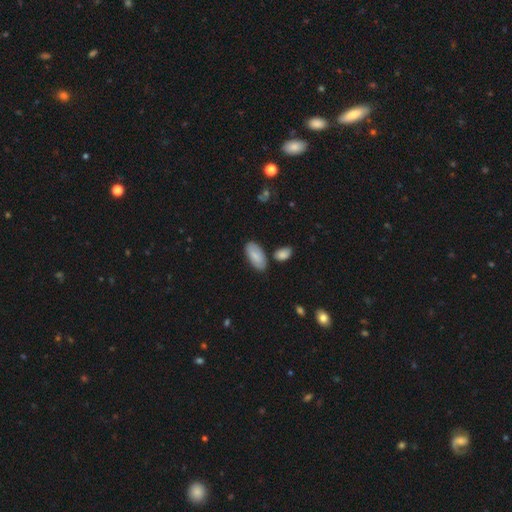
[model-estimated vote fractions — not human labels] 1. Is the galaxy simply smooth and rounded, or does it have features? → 81% smooth, 13% featured or disk, 6% star or artifact.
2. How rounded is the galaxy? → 92% in between, 6% cigar-shaped, 2% round.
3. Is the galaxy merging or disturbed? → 74% none, 15% minor disturbance, 7% merger, 3% major disturbance.